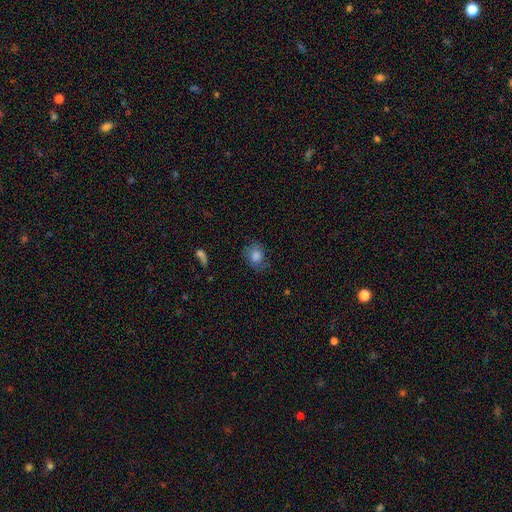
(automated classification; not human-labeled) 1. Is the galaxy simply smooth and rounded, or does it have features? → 78% smooth, 13% featured or disk, 10% star or artifact.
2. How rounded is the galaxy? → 50% in between, 49% round, 1% cigar-shaped.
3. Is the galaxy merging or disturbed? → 67% none, 23% minor disturbance, 9% major disturbance, 2% merger.